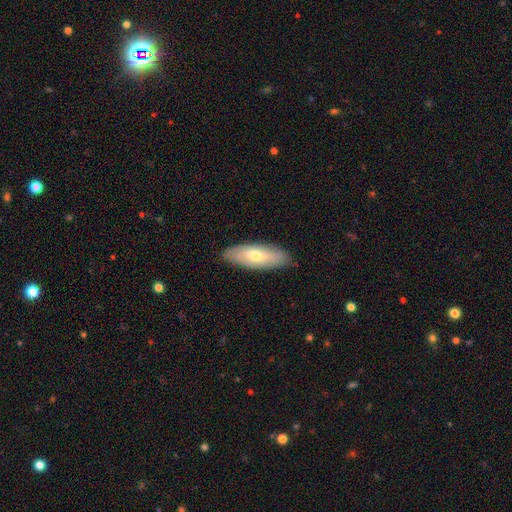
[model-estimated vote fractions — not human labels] Smooth or featured?
  - smooth: 56% *
  - featured or disk: 38%
  - star or artifact: 6%
How rounded?
  - in between: 67% *
  - cigar-shaped: 31%
  - round: 2%
Merging?
  - none: 87% *
  - minor disturbance: 10%
  - major disturbance: 2%
  - merger: 1%